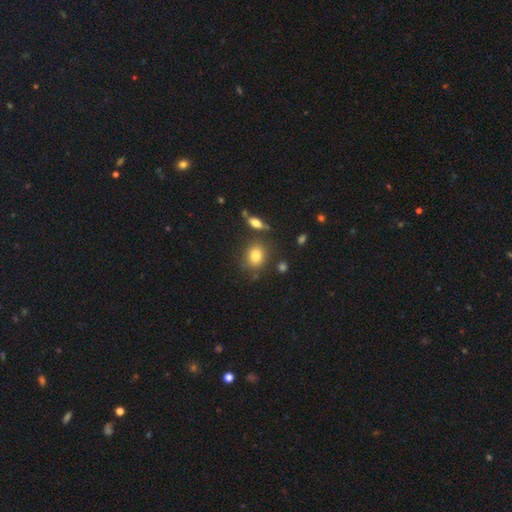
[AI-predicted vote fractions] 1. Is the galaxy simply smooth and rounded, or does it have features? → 80% smooth, 10% star or artifact, 9% featured or disk.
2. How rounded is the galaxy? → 68% round, 31% in between, 2% cigar-shaped.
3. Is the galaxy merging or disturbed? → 79% none, 11% minor disturbance, 7% merger, 3% major disturbance.